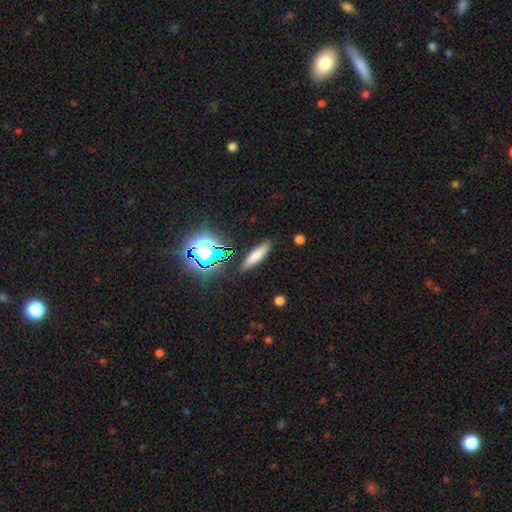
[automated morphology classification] smooth_or_featured: smooth (p=0.67) [alt: featured or disk p=0.19]
how_rounded: cigar-shaped (p=0.71) [alt: in between p=0.26]
merging: none (p=0.87) [alt: minor disturbance p=0.08]